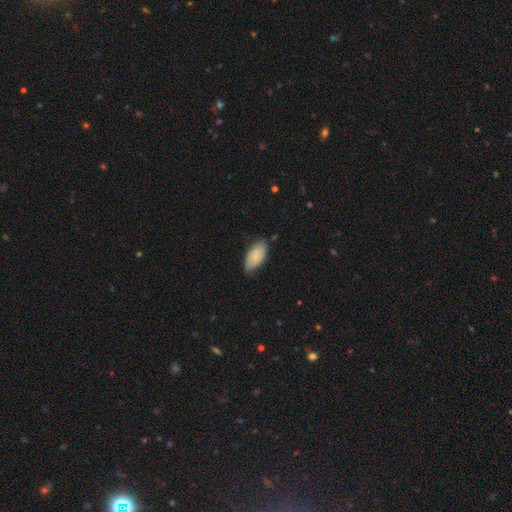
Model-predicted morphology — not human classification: type=smooth (71%); roundness=in between (94%); merging=none (64%).